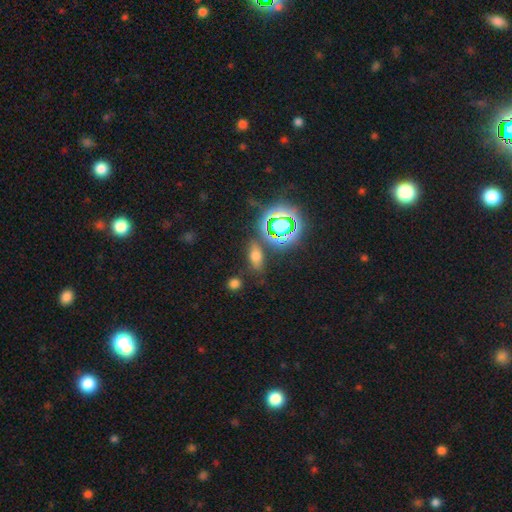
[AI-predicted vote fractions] smooth-or-featured: smooth: 57% | star or artifact: 29% | featured or disk: 14%
  how-rounded: in between: 75% | round: 13% | cigar-shaped: 13%
  merging: none: 79% | minor disturbance: 11% | merger: 5% | major disturbance: 4%